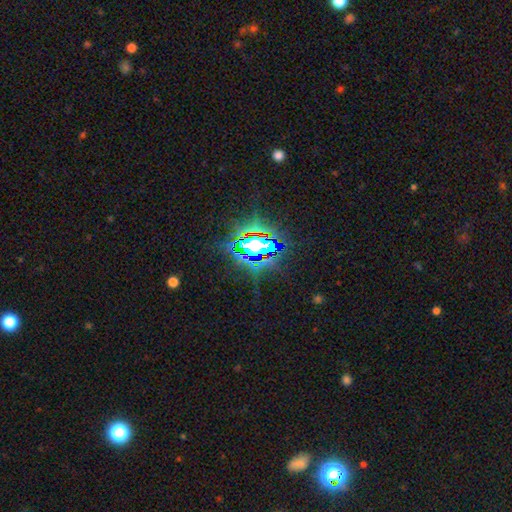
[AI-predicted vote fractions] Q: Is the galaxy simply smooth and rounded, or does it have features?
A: star or artifact — 77%.